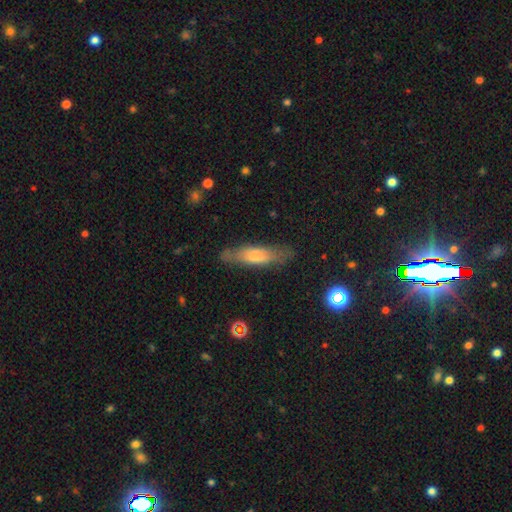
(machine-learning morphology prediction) smooth 61%, featured or disk 32%, star or artifact 7%. Down the decision tree: how rounded — cigar-shaped (67%); merging — none (75%).